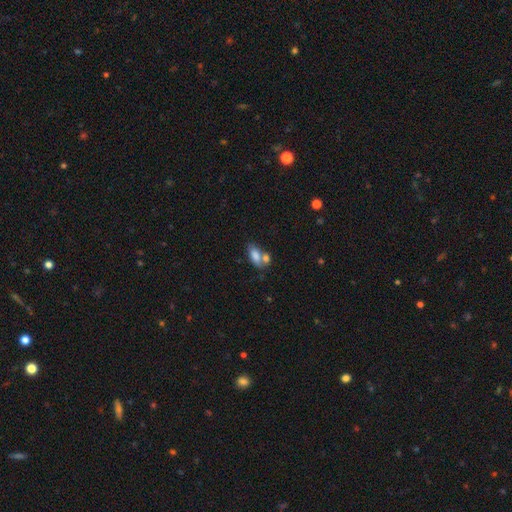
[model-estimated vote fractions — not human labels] Smooth or featured?
  - smooth: 78% *
  - featured or disk: 14%
  - star or artifact: 9%
How rounded?
  - in between: 88% *
  - cigar-shaped: 6%
  - round: 6%
Merging?
  - merger: 48% *
  - none: 34%
  - minor disturbance: 12%
  - major disturbance: 6%